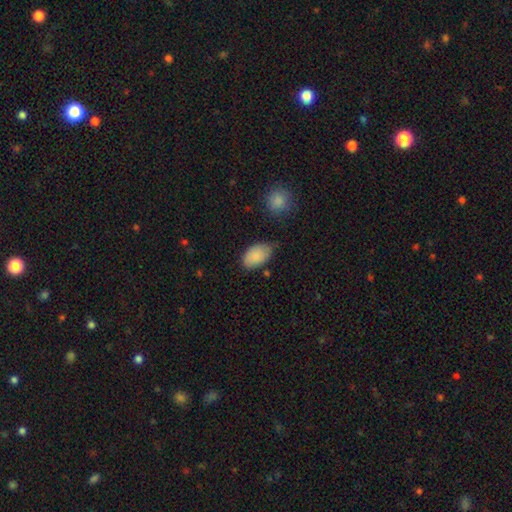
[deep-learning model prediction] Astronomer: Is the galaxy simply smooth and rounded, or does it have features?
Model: smooth — 87%.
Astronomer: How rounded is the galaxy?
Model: in between — 92%.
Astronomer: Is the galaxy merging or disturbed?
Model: none — 59%.